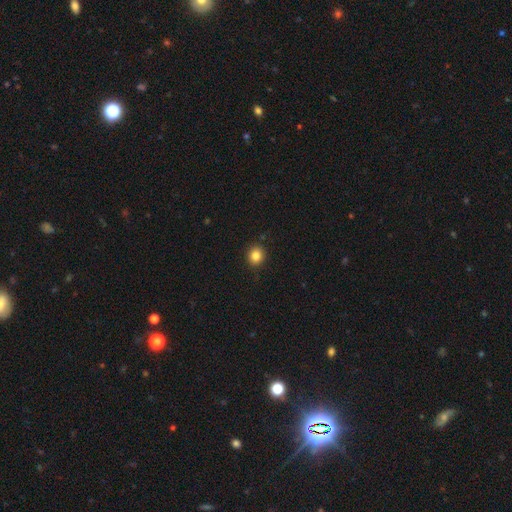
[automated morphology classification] This is clearly a smooth galaxy (85%). How rounded: likely round (77%). Merging: clearly none (90%).